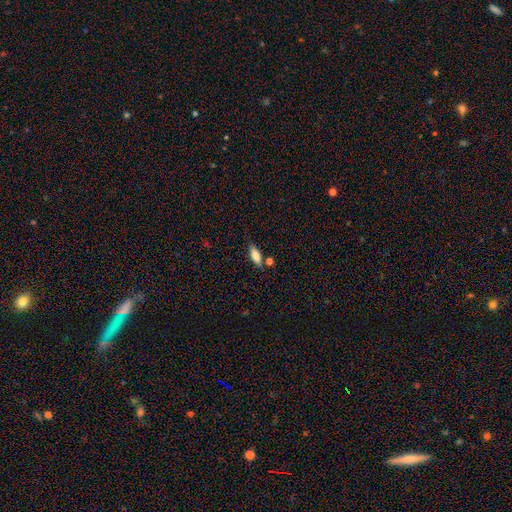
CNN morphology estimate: smooth-or-featured: smooth: 74% | featured or disk: 18% | star or artifact: 8%
  how-rounded: in between: 66% | cigar-shaped: 31% | round: 3%
  merging: none: 72% | minor disturbance: 15% | merger: 10% | major disturbance: 4%